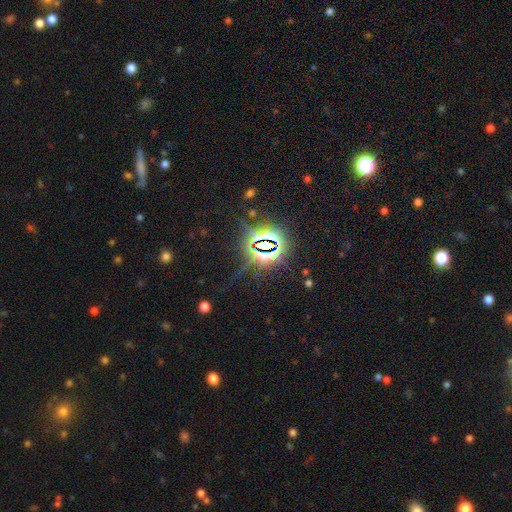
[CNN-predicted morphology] Q: Smooth or featured?
A: star or artifact (82%); runner-up: smooth (10%)